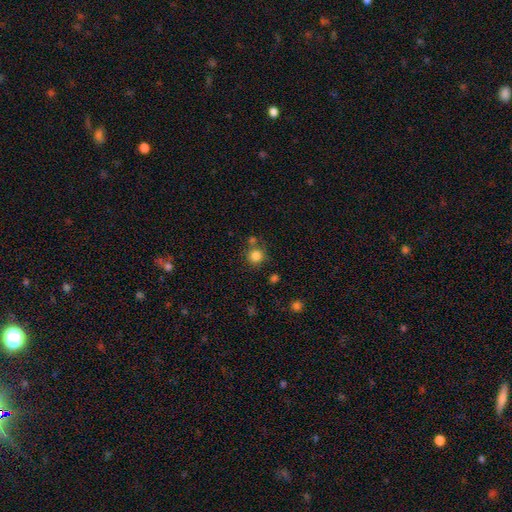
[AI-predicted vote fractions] Overall: smooth (83%). How rounded: round (92%). Merging: none (72%).